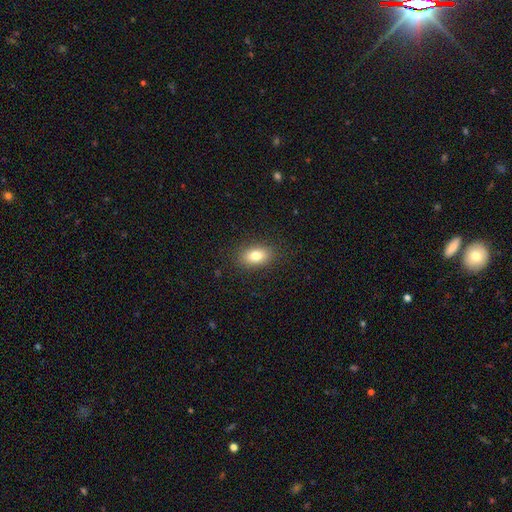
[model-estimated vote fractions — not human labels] A smooth galaxy with no disk features (81%) that is in between round and cigar-shaped (87%). Merging: none (87%).